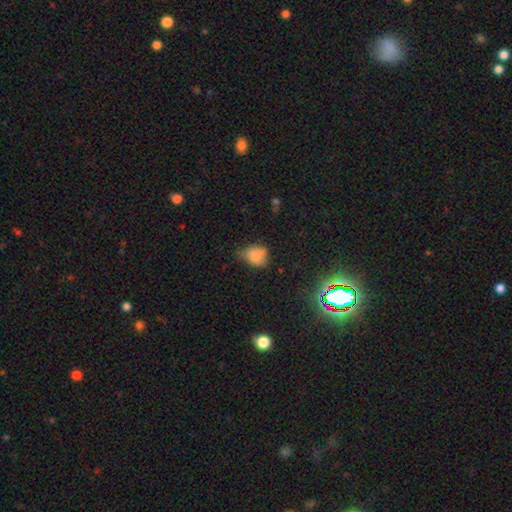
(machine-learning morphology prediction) smooth-or-featured: smooth: 77% | star or artifact: 13% | featured or disk: 10%
  how-rounded: in between: 53% | round: 46% | cigar-shaped: 1%
  merging: minor disturbance: 42% (tied) | none: 42% (tied) | major disturbance: 12% | merger: 3%